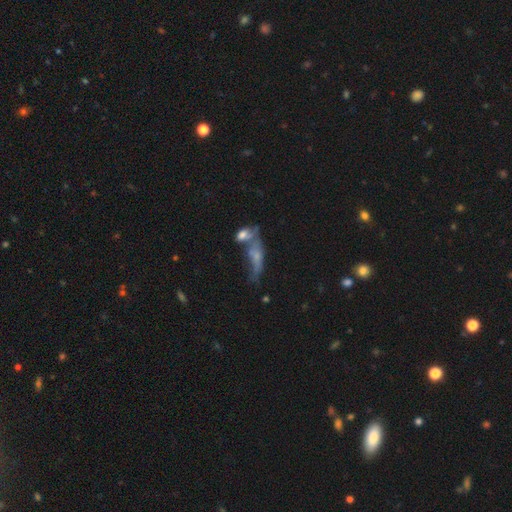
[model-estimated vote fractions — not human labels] Smooth or featured: smooth — 50% (featured or disk — 38%)
Merging: merger — 40% (none — 28%)